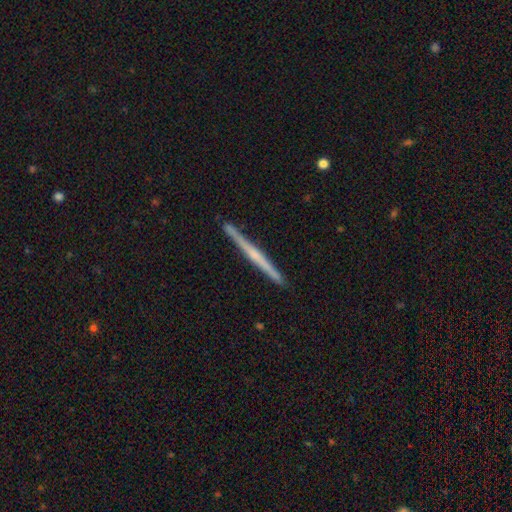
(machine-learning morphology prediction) Q: Smooth or featured?
A: featured or disk (69%); runner-up: smooth (25%)
Q: Edge-on disk?
A: yes (98%); runner-up: no (2%)
Q: Edge-on bulge?
A: none (50%); runner-up: rounded (40%)
Q: Merging?
A: none (92%); runner-up: minor disturbance (6%)